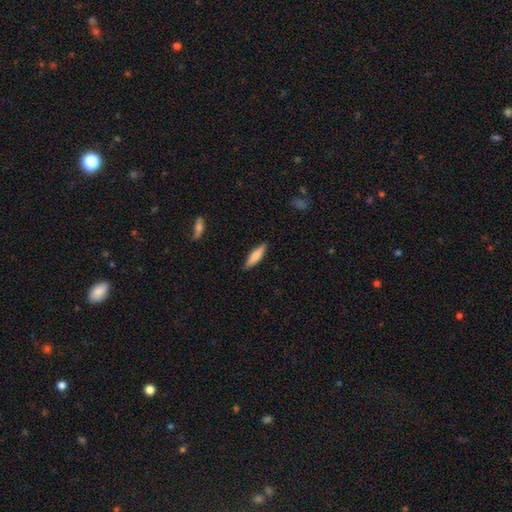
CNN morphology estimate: A smooth galaxy with no disk features (73%) that is cigar-shaped (74%). Merging: none (88%).